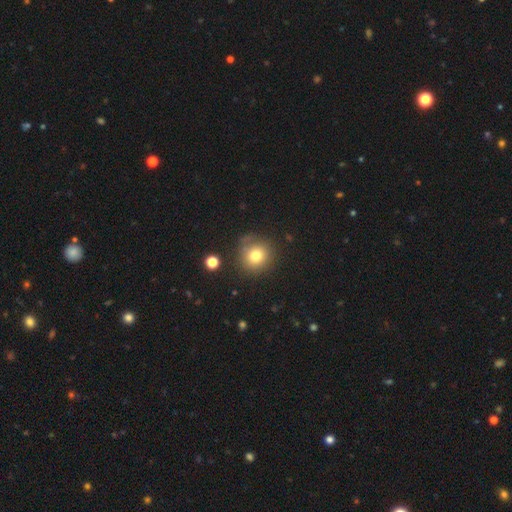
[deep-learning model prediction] This appears to be a smooth galaxy with no disk features (76%) that is round (89%). Merging: none (77%).